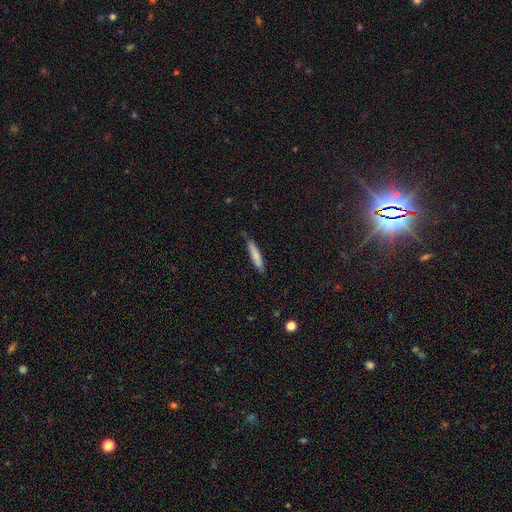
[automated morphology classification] Overall: smooth (76%). How rounded: cigar-shaped (89%). Merging: none (80%).